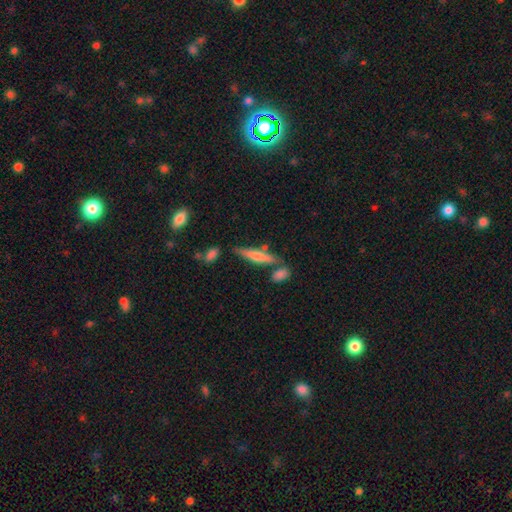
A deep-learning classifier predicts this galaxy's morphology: type=smooth (59%); roundness=cigar-shaped (83%); merging=none (69%).